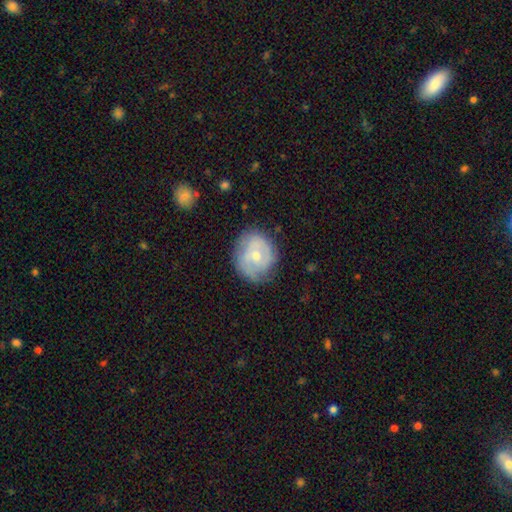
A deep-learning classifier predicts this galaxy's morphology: Smooth or featured? featured or disk (61%)
Edge-on disk? no (97%)
Bar? no (70%)
Spiral arms? yes (75%)
Bulge size? moderate (56%)
Merging? none (68%)